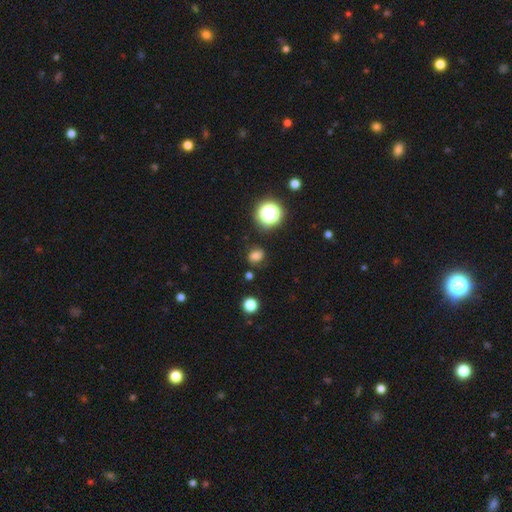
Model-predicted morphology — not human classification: Q: Smooth or featured?
A: smooth (71%); runner-up: star or artifact (21%)
Q: How rounded?
A: round (58%); runner-up: in between (41%)
Q: Merging?
A: none (77%); runner-up: minor disturbance (15%)